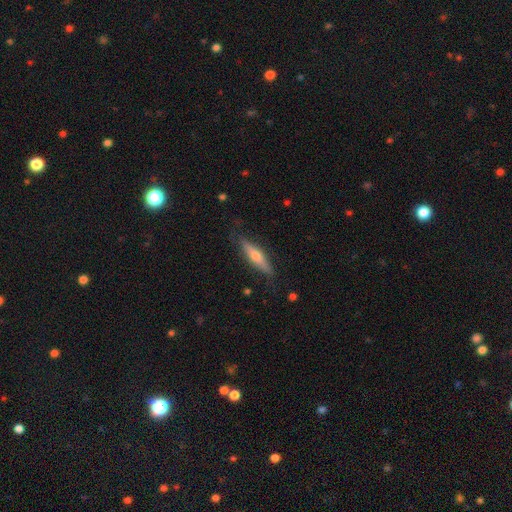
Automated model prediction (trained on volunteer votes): smooth-or-featured: featured or disk: 54% | smooth: 40% | star or artifact: 6%
  disk-edge-on: yes: 92% | no: 8%
  merging: none: 82% | minor disturbance: 14% | major disturbance: 3% | merger: 1%